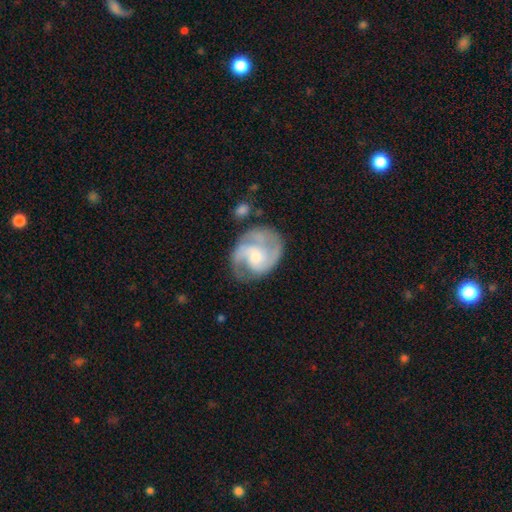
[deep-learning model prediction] smooth_or_featured: featured or disk (p=0.84) [alt: smooth p=0.11]
disk_edge_on: no (p=0.98) [alt: yes p=0.02]
bar: no (p=0.59) [alt: weak p=0.35]
has_spiral_arms: yes (p=0.96) [alt: no p=0.04]
spiral_winding: medium (p=0.50) [alt: tight p=0.35]
spiral_arm_count: 2 (p=0.43) [alt: 3 p=0.34]
bulge_size: moderate (p=0.48) [alt: small p=0.42]
merging: none (p=0.66) [alt: minor disturbance p=0.20]